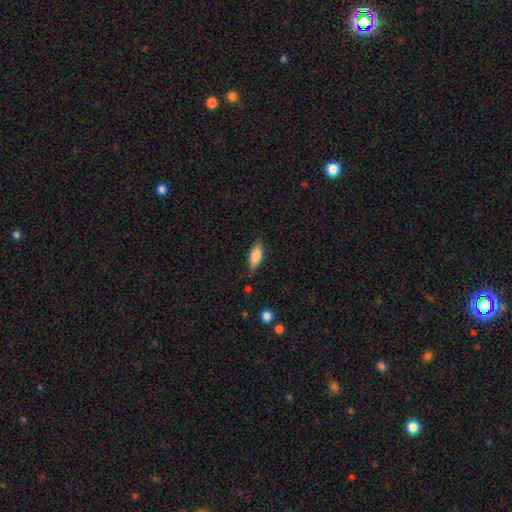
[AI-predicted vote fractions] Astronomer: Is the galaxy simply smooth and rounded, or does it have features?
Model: smooth — 78%.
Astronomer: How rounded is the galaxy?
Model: in between — 74%.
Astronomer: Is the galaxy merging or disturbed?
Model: none — 75%.